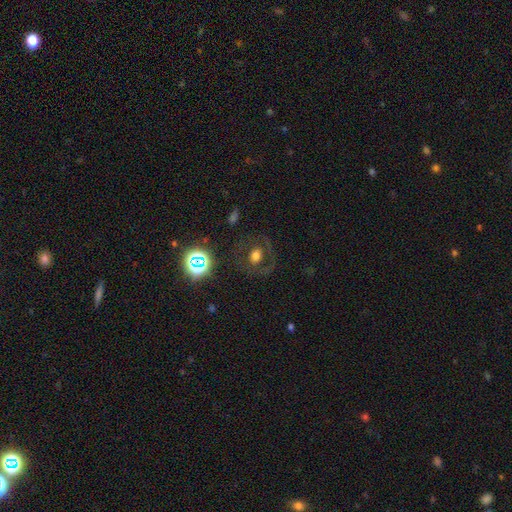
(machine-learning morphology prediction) This appears to be a smooth galaxy with no disk features (49%). Merging: none (71%).